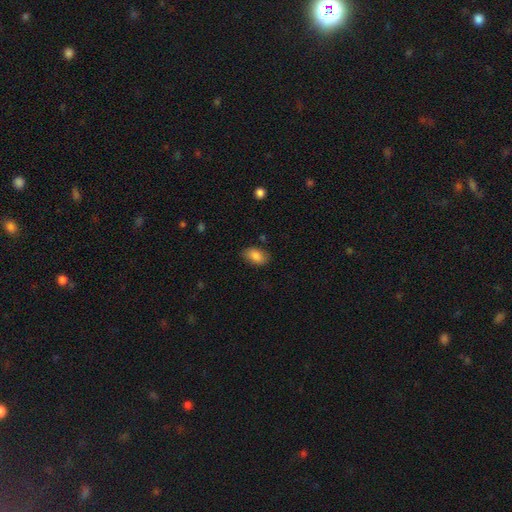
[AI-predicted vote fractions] Q: Smooth or featured?
A: smooth (85%); runner-up: featured or disk (8%)
Q: How rounded?
A: in between (90%); runner-up: round (9%)
Q: Merging?
A: none (79%); runner-up: minor disturbance (16%)